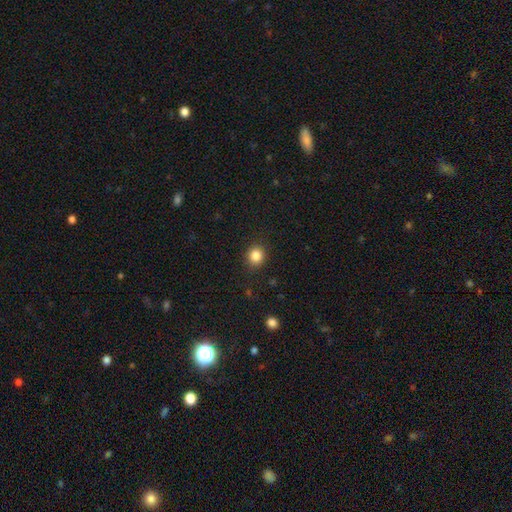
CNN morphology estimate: smooth_or_featured: smooth (p=0.84) [alt: star or artifact p=0.11]
how_rounded: round (p=0.82) [alt: in between p=0.17]
merging: none (p=0.89) [alt: minor disturbance p=0.08]